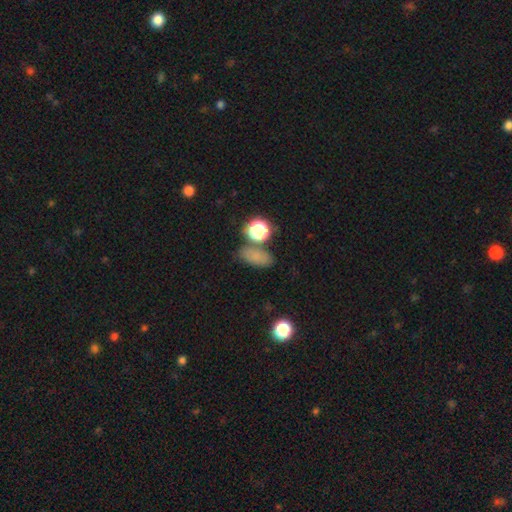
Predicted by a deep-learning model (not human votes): Q: Smooth or featured?
A: smooth (74%); runner-up: star or artifact (17%)
Q: How rounded?
A: in between (72%); runner-up: round (19%)
Q: Merging?
A: none (71%); runner-up: minor disturbance (13%)